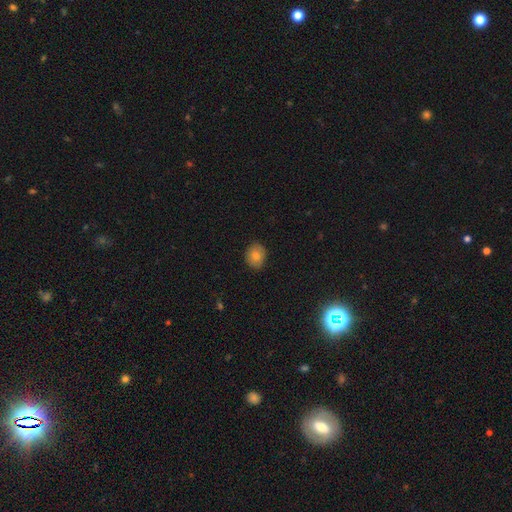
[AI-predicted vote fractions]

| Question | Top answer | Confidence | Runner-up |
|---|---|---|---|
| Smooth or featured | smooth | 78% | featured or disk (11%) |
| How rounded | round | 63% | in between (36%) |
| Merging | none | 86% | minor disturbance (11%) |